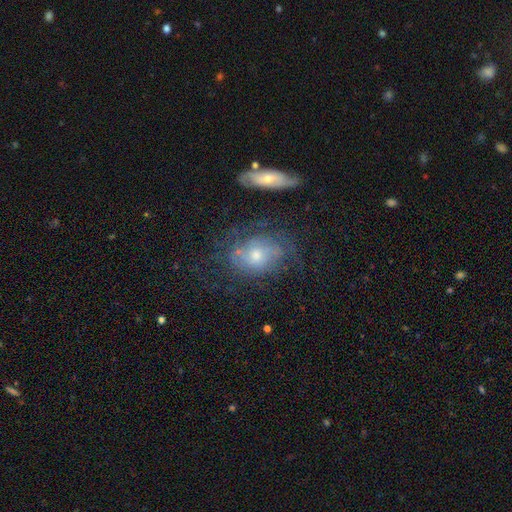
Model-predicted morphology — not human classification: type=featured or disk (55%); edge-on=no (91%); bar=no (79%); spiral arms=yes (68%); bulge=moderate (46%, tied with small); merging=none (61%).